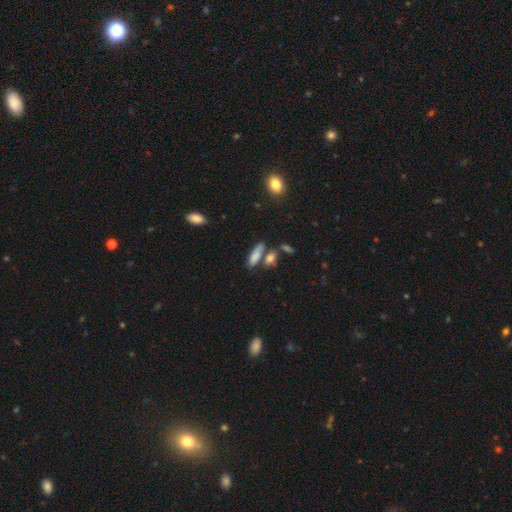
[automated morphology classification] type=smooth (80%); roundness=in between (55%); merging=none (52%).